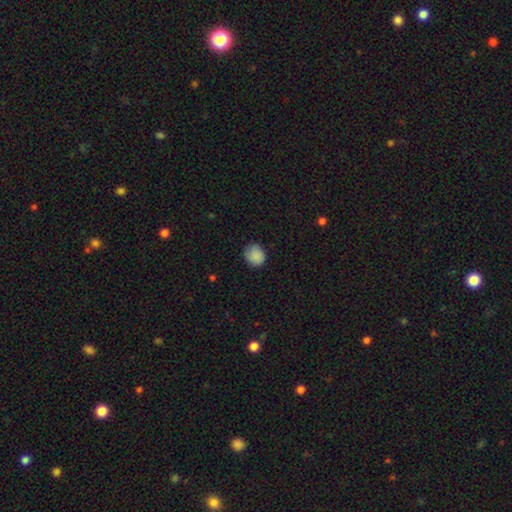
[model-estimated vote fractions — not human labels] This is clearly a smooth galaxy (87%). How rounded: likely round (77%). Merging: likely none (76%).